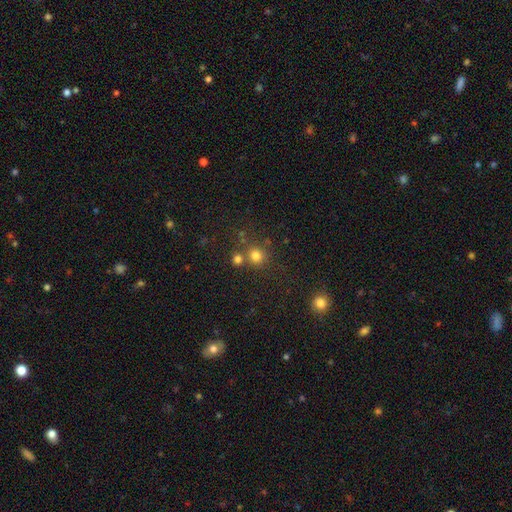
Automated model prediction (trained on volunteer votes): smooth 76%, star or artifact 17%, featured or disk 7%. Down the decision tree: how rounded — round (88%); merging — none (66%).